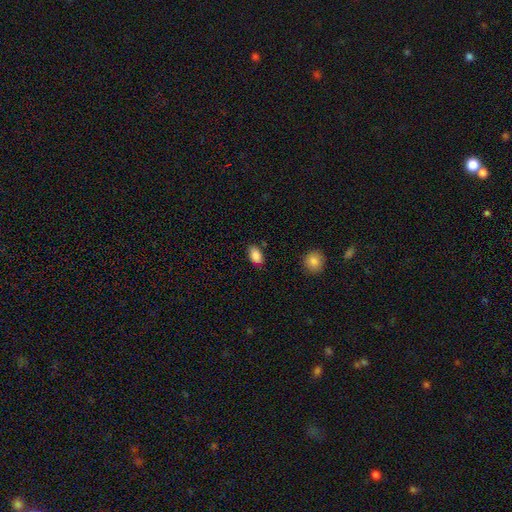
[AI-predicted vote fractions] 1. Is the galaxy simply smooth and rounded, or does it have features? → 87% smooth, 8% star or artifact, 5% featured or disk.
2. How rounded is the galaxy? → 89% in between, 9% round, 2% cigar-shaped.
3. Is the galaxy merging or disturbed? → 82% none, 14% minor disturbance, 3% major disturbance, 2% merger.